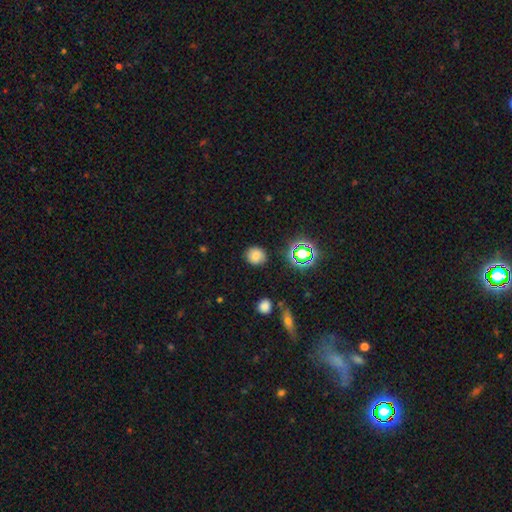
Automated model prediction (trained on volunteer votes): This appears to be a smooth galaxy with no disk features (76%) that is round (80%). Merging: none (83%).